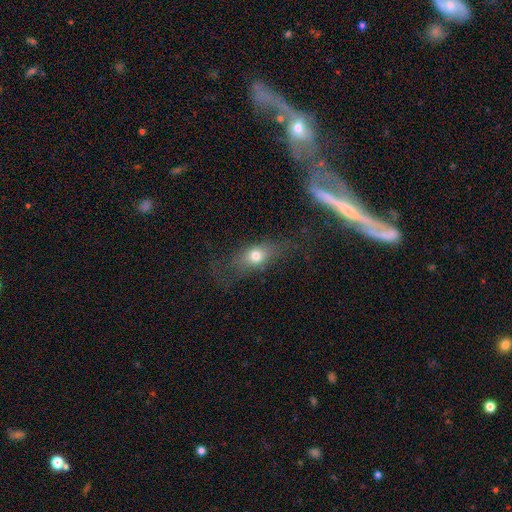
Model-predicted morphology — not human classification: The model was most divided on "merging": none: 59%, minor disturbance: 20%, major disturbance: 18%, merger: 3%. More confident: smooth or featured — smooth (67%); how rounded — in between (65%).